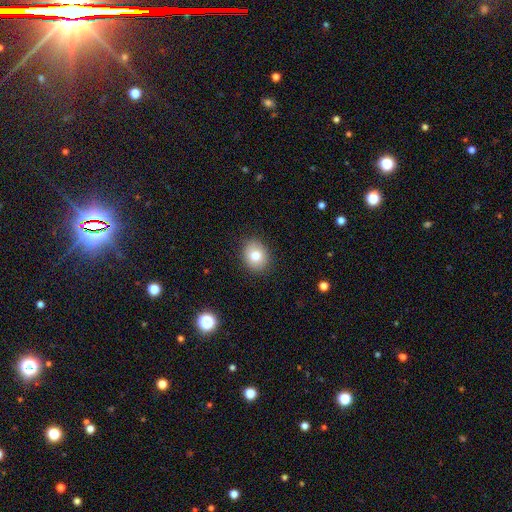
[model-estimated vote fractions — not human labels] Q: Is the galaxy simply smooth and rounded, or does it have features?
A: smooth — 78%.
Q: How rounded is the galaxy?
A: round — 59%.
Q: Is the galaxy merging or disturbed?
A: none — 88%.